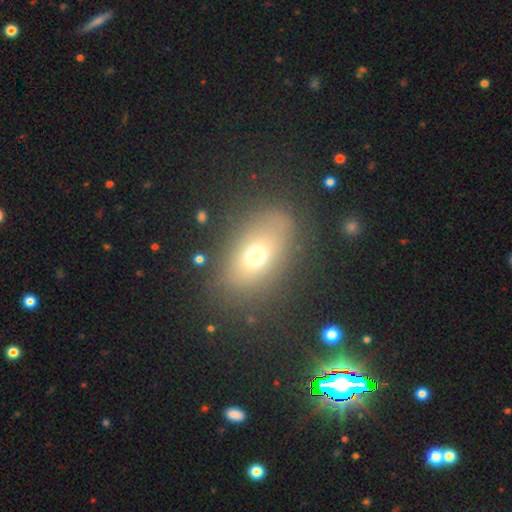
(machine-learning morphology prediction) Overall: smooth (65%). How rounded: in between (76%). Merging: none (78%).